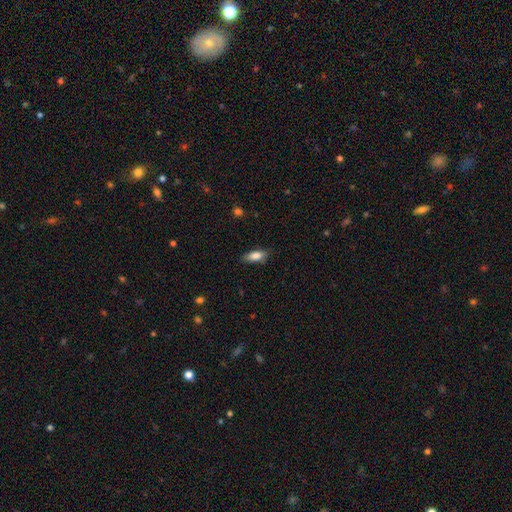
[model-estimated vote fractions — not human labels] smooth_or_featured: smooth (p=0.83) [alt: featured or disk p=0.09]
how_rounded: in between (p=0.78) [alt: cigar-shaped p=0.18]
merging: none (p=0.80) [alt: minor disturbance p=0.16]